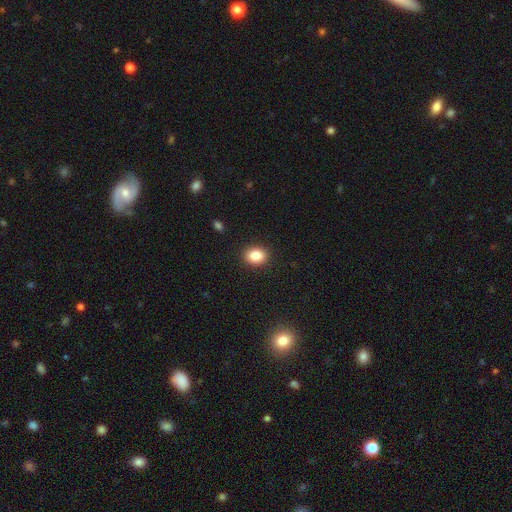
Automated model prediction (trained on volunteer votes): Q: Smooth or featured?
A: smooth (85%); runner-up: star or artifact (9%)
Q: How rounded?
A: in between (56%); runner-up: round (43%)
Q: Merging?
A: none (90%); runner-up: minor disturbance (7%)